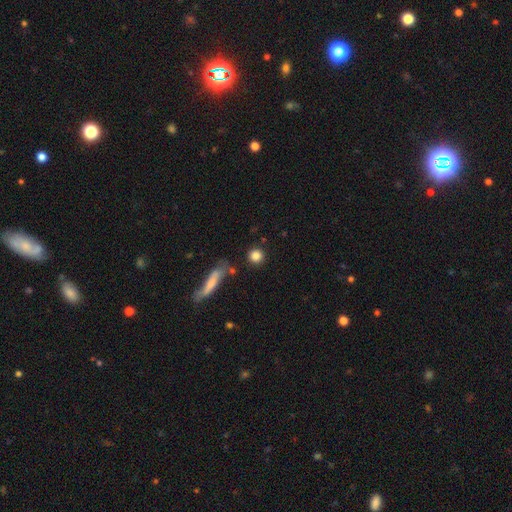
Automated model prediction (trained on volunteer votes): Q: Smooth or featured?
A: smooth (83%); runner-up: star or artifact (10%)
Q: How rounded?
A: round (88%); runner-up: in between (8%)
Q: Merging?
A: none (82%); runner-up: minor disturbance (8%)